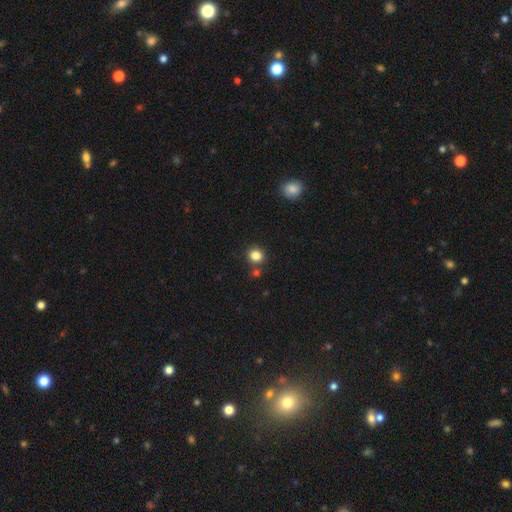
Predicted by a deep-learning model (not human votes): Morphology: type=smooth (83%); roundness=round (82%); merging=none (76%).